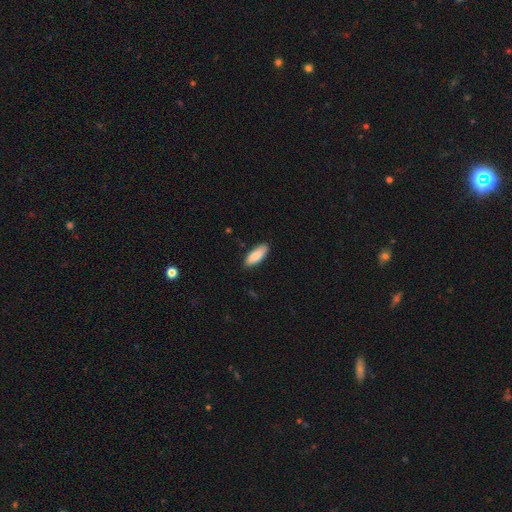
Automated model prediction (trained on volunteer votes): Overall: smooth (88%). How rounded: in between (74%). Merging: none (86%).